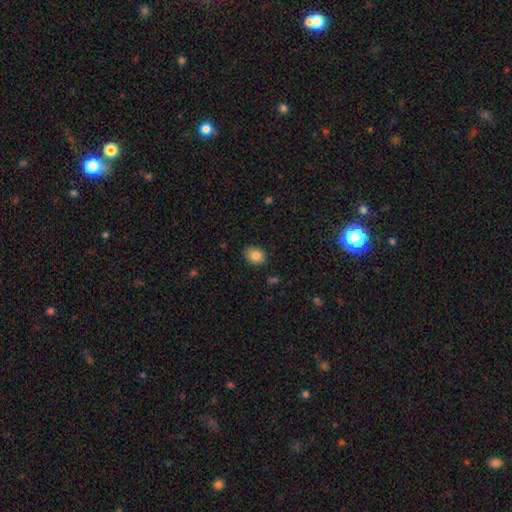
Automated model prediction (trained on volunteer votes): smooth-or-featured: smooth: 84% | star or artifact: 9% | featured or disk: 7%
  how-rounded: in between: 55% | round: 44% | cigar-shaped: 1%
  merging: none: 85% | minor disturbance: 12% | major disturbance: 2% | merger: 1%